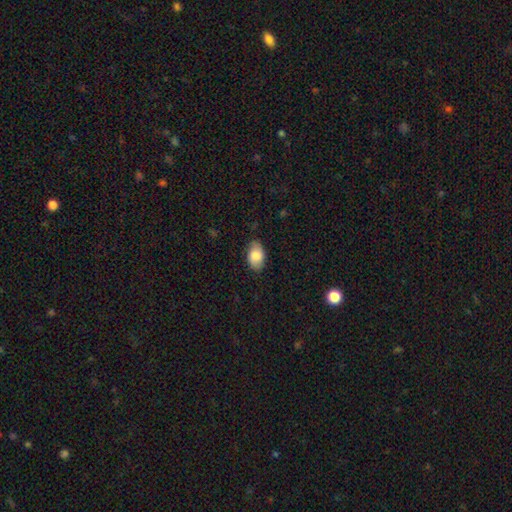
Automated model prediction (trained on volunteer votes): Smooth or featured: smooth — 84% (featured or disk — 10%)
How rounded: in between — 92% (round — 7%)
Merging: none — 80% (minor disturbance — 16%)